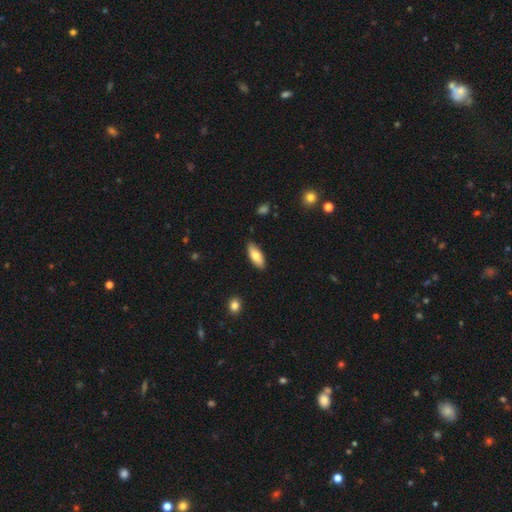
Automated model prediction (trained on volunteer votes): Smooth or featured?
  - smooth: 78% *
  - featured or disk: 16%
  - star or artifact: 6%
How rounded?
  - in between: 81% *
  - cigar-shaped: 17%
  - round: 2%
Merging?
  - none: 86% *
  - minor disturbance: 11%
  - major disturbance: 2%
  - merger: 1%